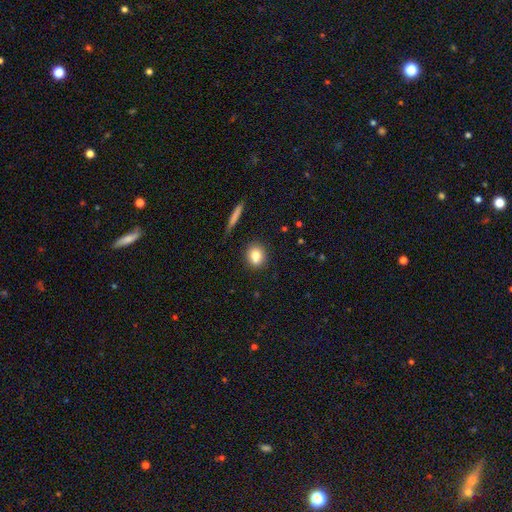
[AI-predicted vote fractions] A smooth galaxy with no disk features (80%) that is round (65%).

Vote fractions:
- Smooth or featured? smooth: 80% / featured or disk: 10% / star or artifact: 10%
- How rounded? round: 65% / in between: 32% / cigar-shaped: 3%
- Merging? none: 83% / minor disturbance: 10% / merger: 4% / major disturbance: 3%